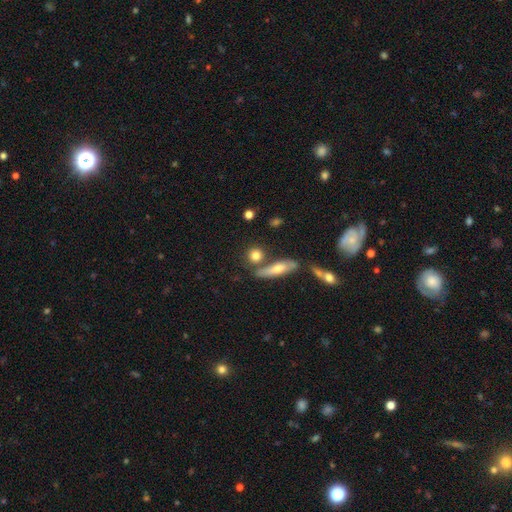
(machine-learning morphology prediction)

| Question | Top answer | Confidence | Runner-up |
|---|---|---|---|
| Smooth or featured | smooth | 76% | featured or disk (15%) |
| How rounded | round | 68% | in between (20%) |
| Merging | none | 66% | merger (20%) |